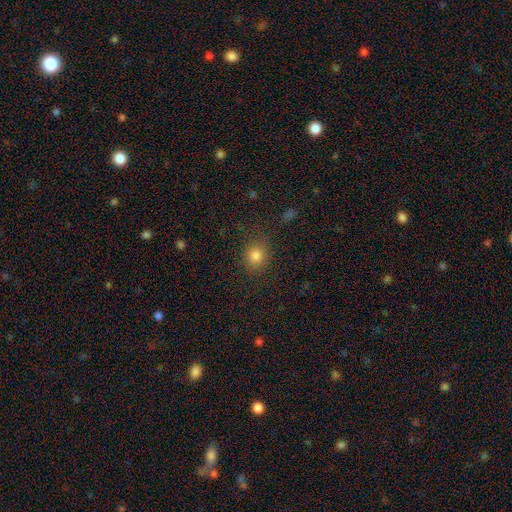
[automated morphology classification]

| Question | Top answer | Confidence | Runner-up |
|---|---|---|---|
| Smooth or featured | smooth | 80% | star or artifact (14%) |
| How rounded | round | 84% | in between (15%) |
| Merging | none | 83% | minor disturbance (11%) |